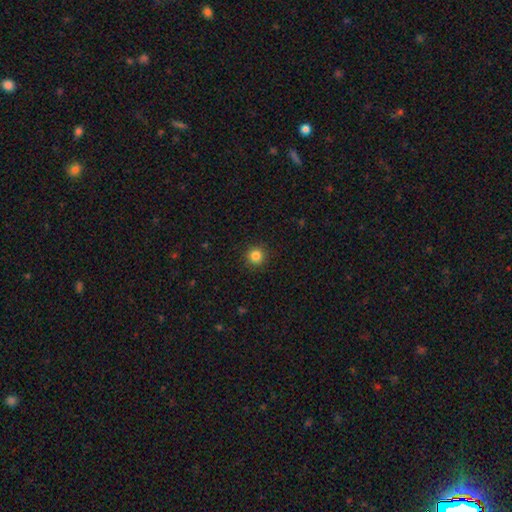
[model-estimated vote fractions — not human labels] Smooth or featured: smooth — 84% (star or artifact — 12%)
How rounded: round — 95% (in between — 4%)
Merging: none — 92% (minor disturbance — 5%)